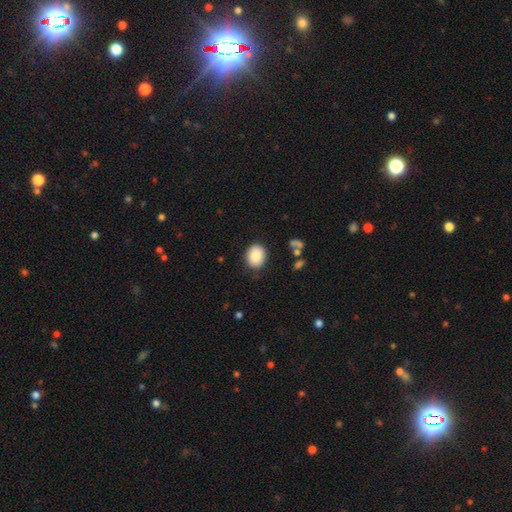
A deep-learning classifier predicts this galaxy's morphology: Smooth or featured? smooth (86%)
How rounded? round (51%)
Merging? none (83%)